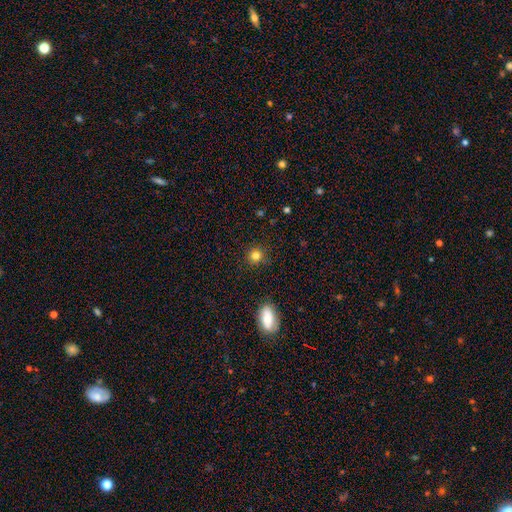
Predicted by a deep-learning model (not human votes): smooth-or-featured: smooth: 82% | star or artifact: 13% | featured or disk: 6%
  how-rounded: round: 90% | in between: 9% | cigar-shaped: 1%
  merging: none: 89% | minor disturbance: 8% | major disturbance: 2% | merger: 1%